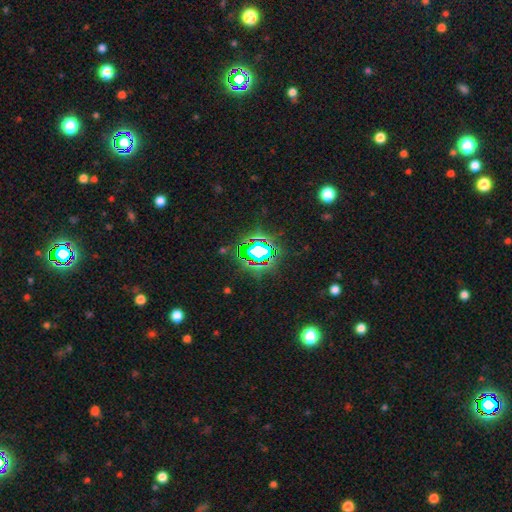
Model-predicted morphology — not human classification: star or artifact 80%, smooth 12%, featured or disk 7%.